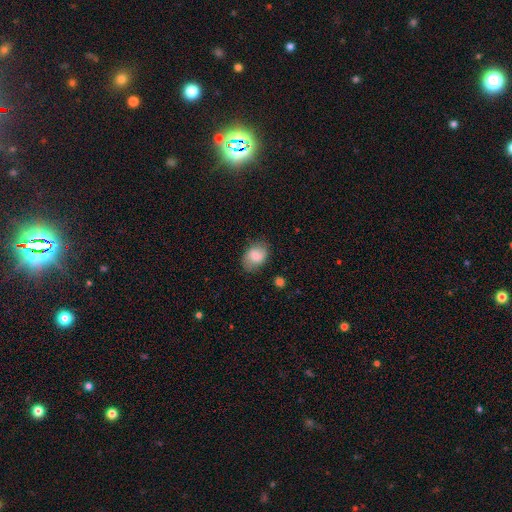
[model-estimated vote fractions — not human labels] Smooth or featured: smooth — 76% (featured or disk — 17%)
How rounded: in between — 74% (round — 24%)
Merging: none — 76% (minor disturbance — 18%)